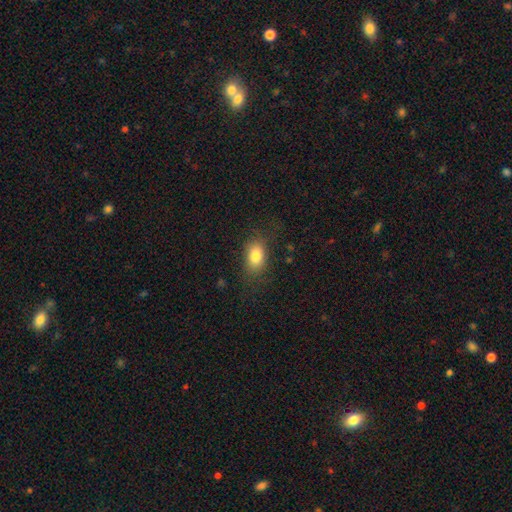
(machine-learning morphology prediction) smooth_or_featured: smooth (p=0.82) [alt: star or artifact p=0.09]
how_rounded: in between (p=0.86) [alt: round p=0.12]
merging: none (p=0.76) [alt: minor disturbance p=0.15]